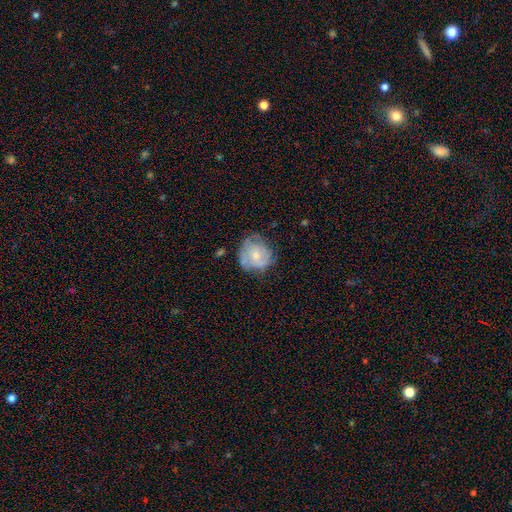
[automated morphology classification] smooth_or_featured: smooth (p=0.48) [alt: featured or disk p=0.45]
merging: none (p=0.52) [alt: minor disturbance p=0.30]